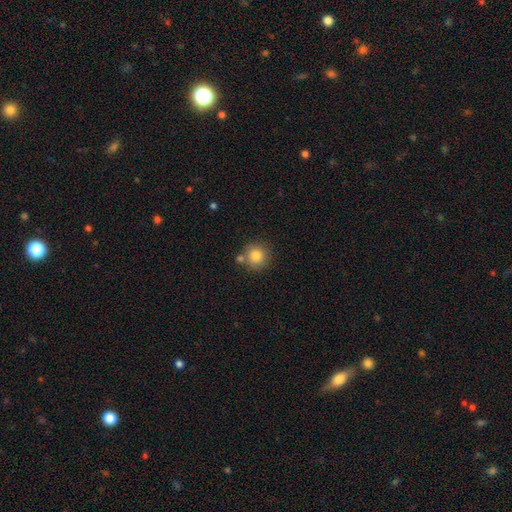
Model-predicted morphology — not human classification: smooth-or-featured: smooth: 82% | star or artifact: 10% | featured or disk: 8%
  how-rounded: round: 94% | in between: 5% | cigar-shaped: 1%
  merging: none: 74% | merger: 13% | minor disturbance: 10% | major disturbance: 3%